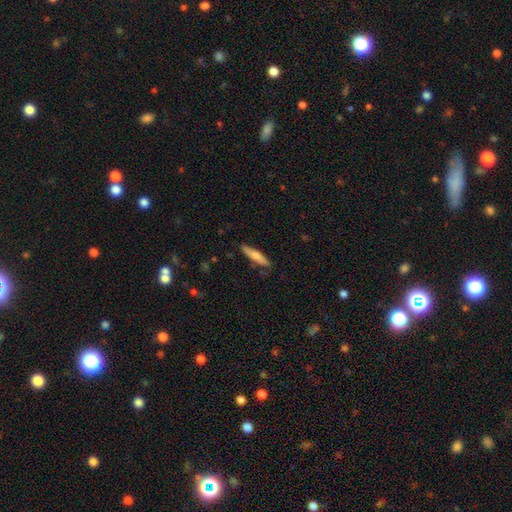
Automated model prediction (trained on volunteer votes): A smooth galaxy with no disk features (71%) that is cigar-shaped (85%). Merging: none (83%).